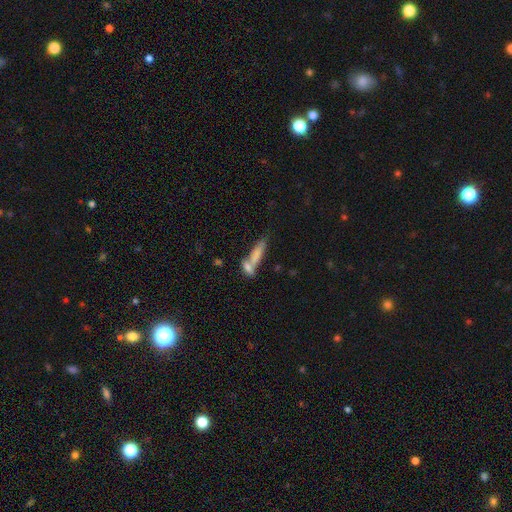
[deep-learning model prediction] This appears to be a smooth galaxy with no disk features (75%) that is cigar-shaped (64%). Merging: merger (49%).